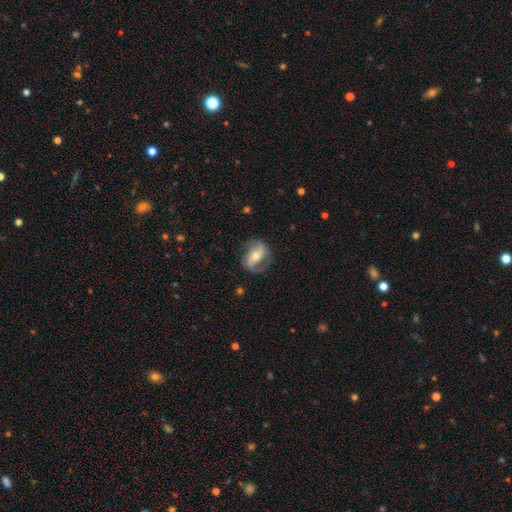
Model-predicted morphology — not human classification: smooth_or_featured: featured or disk (p=0.71) [alt: smooth p=0.23]
disk_edge_on: no (p=0.95) [alt: yes p=0.05]
bar: strong (p=0.38) [alt: weak p=0.33]
has_spiral_arms: yes (p=0.87) [alt: no p=0.13]
spiral_winding: loose (p=0.41) [alt: medium p=0.39]
spiral_arm_count: 2 (p=0.84) [alt: can't tell p=0.06]
bulge_size: moderate (p=0.61) [alt: small p=0.32]
merging: none (p=0.72) [alt: minor disturbance p=0.18]